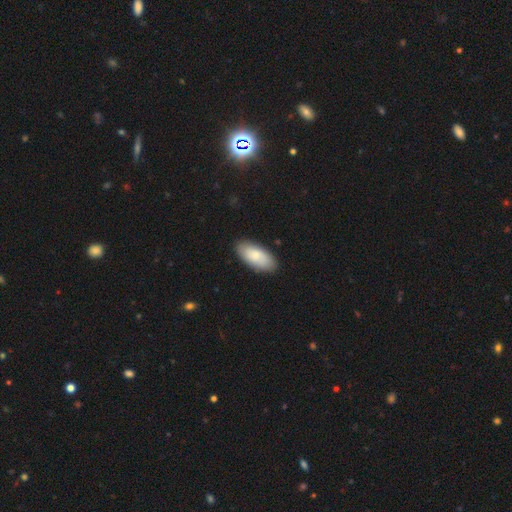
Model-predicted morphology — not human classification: smooth_or_featured: smooth (p=0.79) [alt: featured or disk p=0.15]
how_rounded: in between (p=0.91) [alt: cigar-shaped p=0.07]
merging: none (p=0.87) [alt: minor disturbance p=0.10]